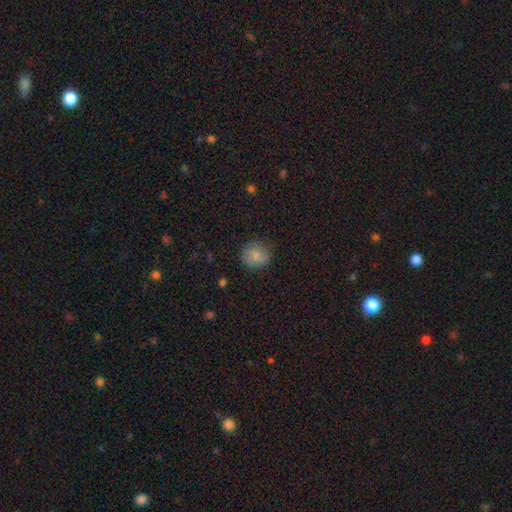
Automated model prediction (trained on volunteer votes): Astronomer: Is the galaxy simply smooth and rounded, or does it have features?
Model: smooth — 82%.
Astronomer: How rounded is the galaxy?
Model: round — 88%.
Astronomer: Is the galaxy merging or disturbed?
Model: none — 80%.